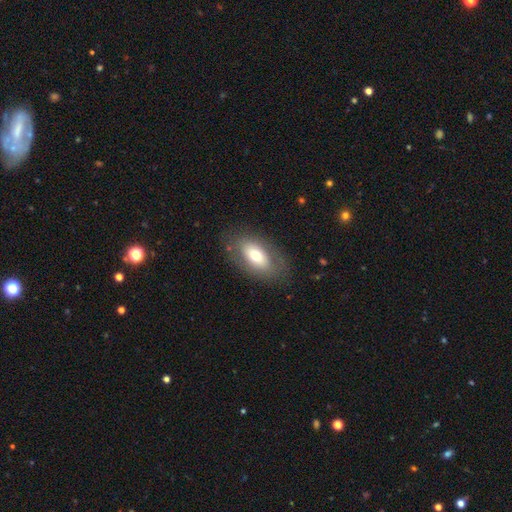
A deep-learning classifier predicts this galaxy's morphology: A smooth galaxy with no disk features (63%) that is in between round and cigar-shaped (90%). Merging: none (79%).